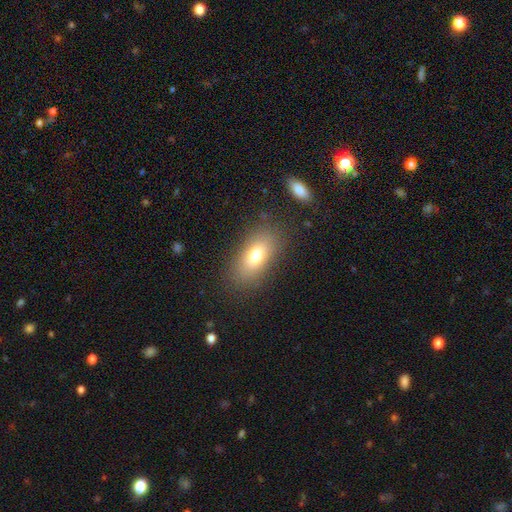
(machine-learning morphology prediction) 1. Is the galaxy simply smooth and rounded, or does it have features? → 74% smooth, 15% featured or disk, 11% star or artifact.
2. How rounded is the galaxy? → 85% in between, 7% cigar-shaped, 7% round.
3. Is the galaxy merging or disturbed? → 83% none, 11% minor disturbance, 5% major disturbance, 2% merger.